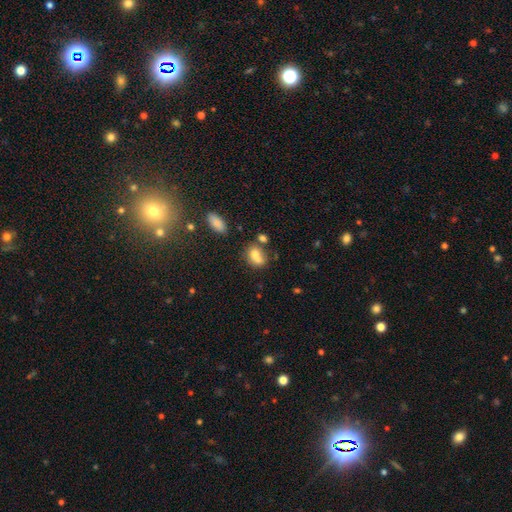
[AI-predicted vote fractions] smooth-or-featured: smooth: 72% | featured or disk: 17% | star or artifact: 11%
  how-rounded: in between: 57% | round: 41% | cigar-shaped: 2%
  merging: merger: 50% | none: 31% | minor disturbance: 13% | major disturbance: 6%